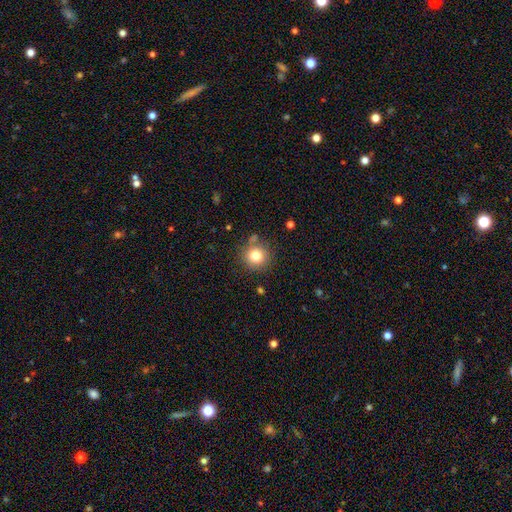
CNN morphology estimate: This appears to be a smooth galaxy with no disk features (79%) that is round (93%). Merging: none (79%).